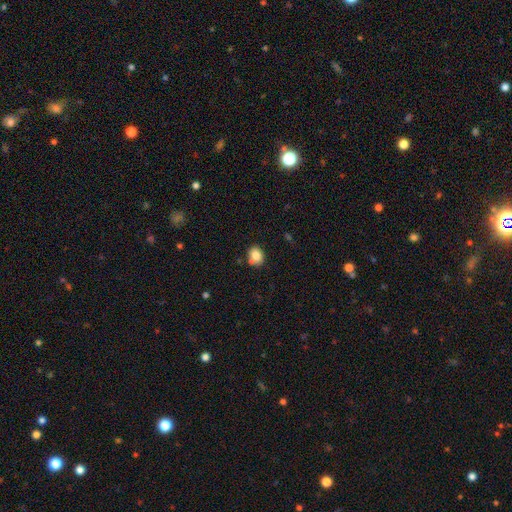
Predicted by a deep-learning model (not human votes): Smooth or featured? Predicted: smooth (p=0.82). How rounded? Predicted: in between (p=0.54). Merging? Predicted: none (p=0.68).